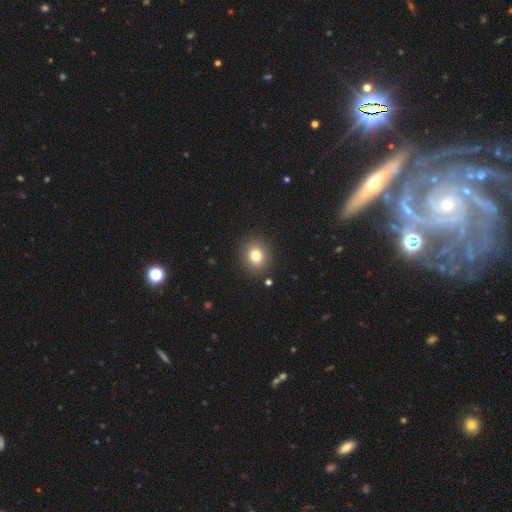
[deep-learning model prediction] smooth-or-featured: smooth: 80% | star or artifact: 12% | featured or disk: 8%
  how-rounded: round: 76% | in between: 23% | cigar-shaped: 1%
  merging: none: 90% | minor disturbance: 6% | major disturbance: 2% | merger: 2%